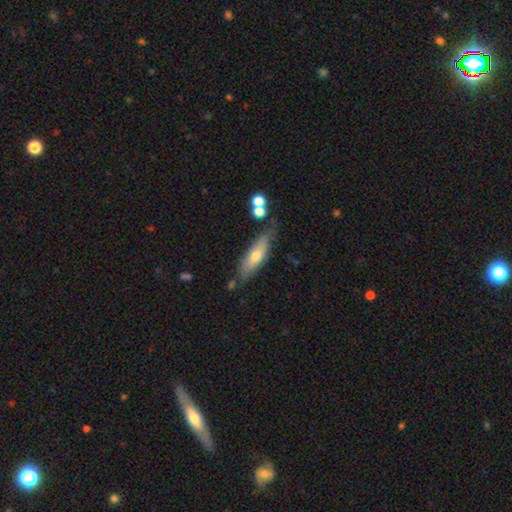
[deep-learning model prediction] Overall: smooth (60%; featured or disk 33%). How rounded: cigar-shaped (59%; in between 39%). Merging: none (68%).